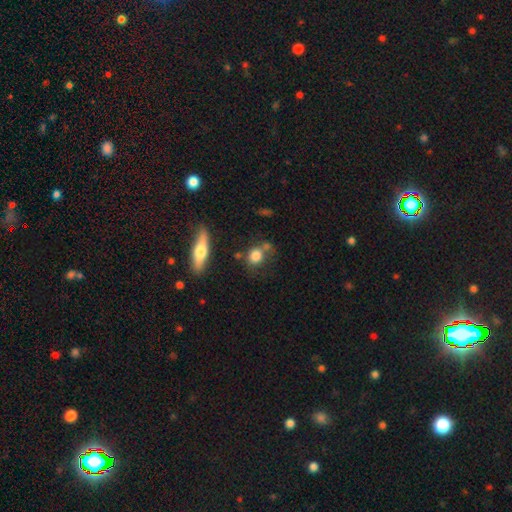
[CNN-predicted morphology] Smooth or featured? smooth (79%)
How rounded? round (69%)
Merging? none (59%)